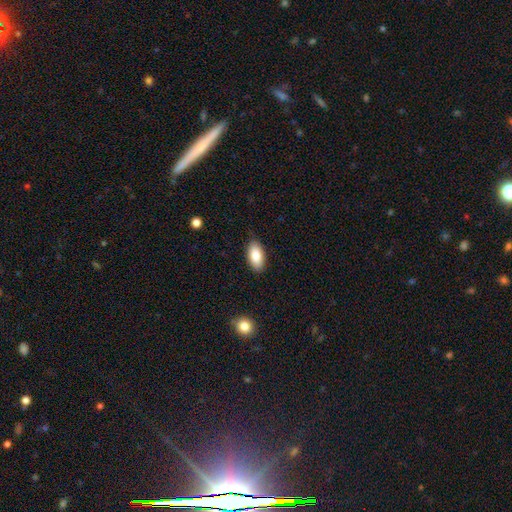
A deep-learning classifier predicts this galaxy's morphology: Q: Smooth or featured?
A: smooth (86%); runner-up: featured or disk (7%)
Q: How rounded?
A: in between (93%); runner-up: cigar-shaped (4%)
Q: Merging?
A: none (85%); runner-up: minor disturbance (11%)